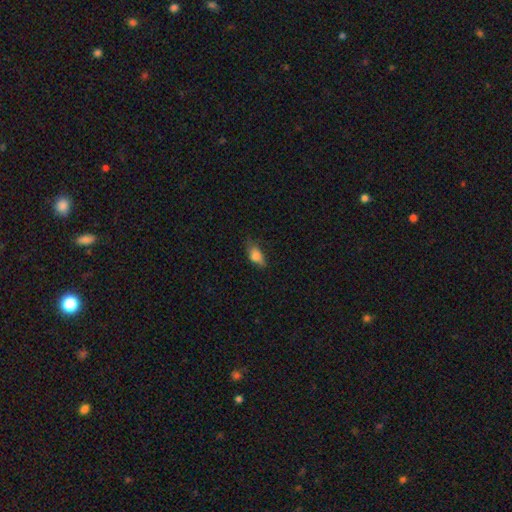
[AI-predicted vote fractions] Q: Smooth or featured?
A: smooth (80%); runner-up: featured or disk (11%)
Q: How rounded?
A: in between (84%); runner-up: cigar-shaped (10%)
Q: Merging?
A: none (54%); runner-up: minor disturbance (33%)